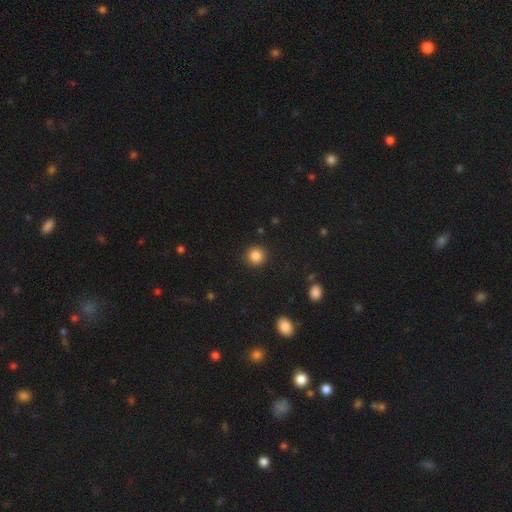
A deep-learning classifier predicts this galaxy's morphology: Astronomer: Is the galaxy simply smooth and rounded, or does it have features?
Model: smooth — 85%.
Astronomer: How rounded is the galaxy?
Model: round — 94%.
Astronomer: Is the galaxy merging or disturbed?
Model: none — 92%.